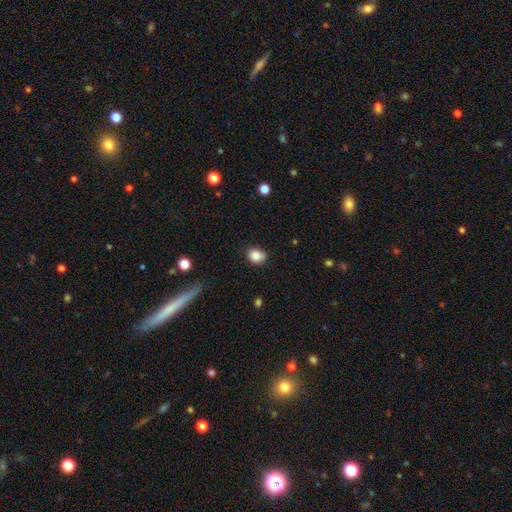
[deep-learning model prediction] This is clearly a smooth galaxy (85%). How rounded: possibly in between (53%). Merging: likely none (78%).